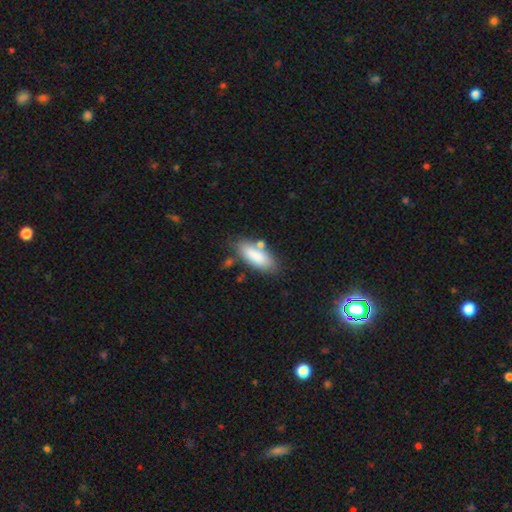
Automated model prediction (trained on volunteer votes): A smooth galaxy with no disk features (83%) that is in between round and cigar-shaped (77%).

Vote fractions:
- Smooth or featured? smooth: 83% / featured or disk: 11% / star or artifact: 6%
- How rounded? in between: 77% / cigar-shaped: 21% / round: 2%
- Merging? none: 66% / minor disturbance: 16% / merger: 13% / major disturbance: 5%